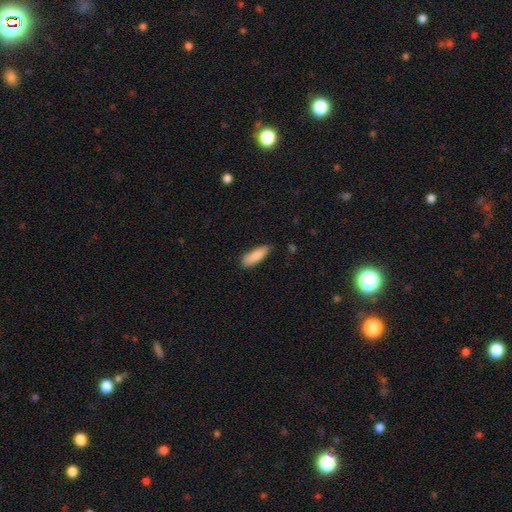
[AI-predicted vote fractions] This is clearly a smooth galaxy (87%). How rounded: possibly in between (50%). Merging: likely none (77%).